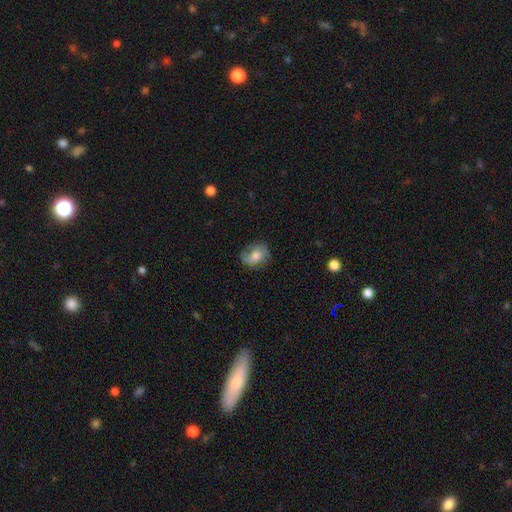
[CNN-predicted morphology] Smooth or featured? Predicted: smooth (p=0.59). How rounded? Predicted: in between (p=0.56). Merging? Predicted: none (p=0.63).